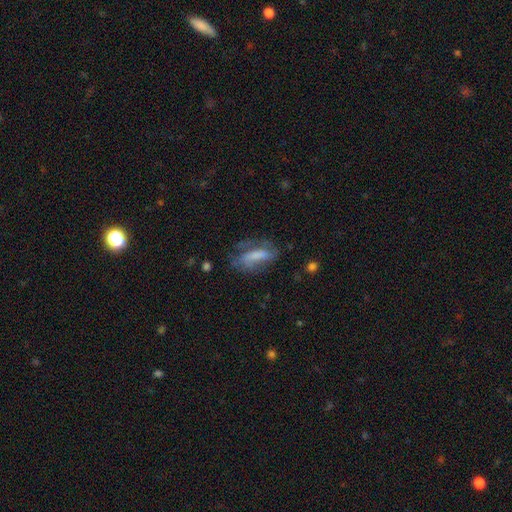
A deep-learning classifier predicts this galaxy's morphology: Smooth or featured: smooth — 53% (featured or disk — 37%)
How rounded: in between — 69% (cigar-shaped — 27%)
Merging: none — 45% (minor disturbance — 27%)